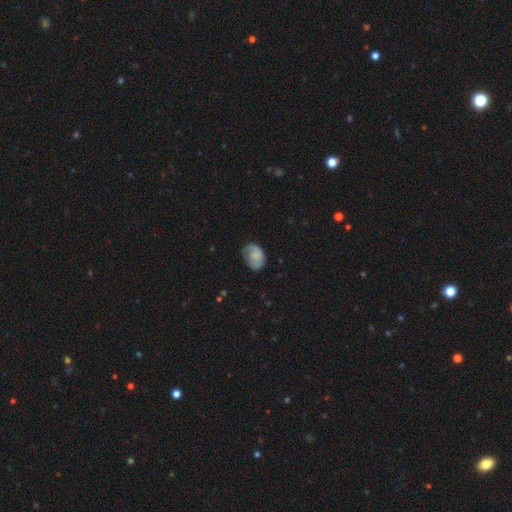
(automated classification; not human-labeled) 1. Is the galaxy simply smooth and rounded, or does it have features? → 48% smooth, 44% featured or disk, 7% star or artifact.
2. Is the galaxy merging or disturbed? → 53% none, 32% minor disturbance, 13% major disturbance, 1% merger.